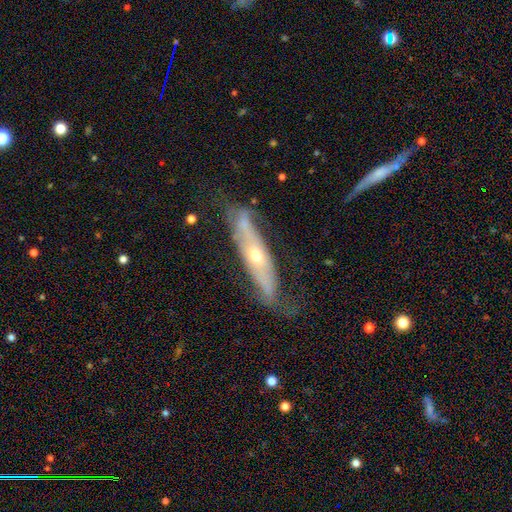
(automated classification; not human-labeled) This appears to be a featured or disk galaxy (64%) viewed edge-on (53%). Merging: none (50%).